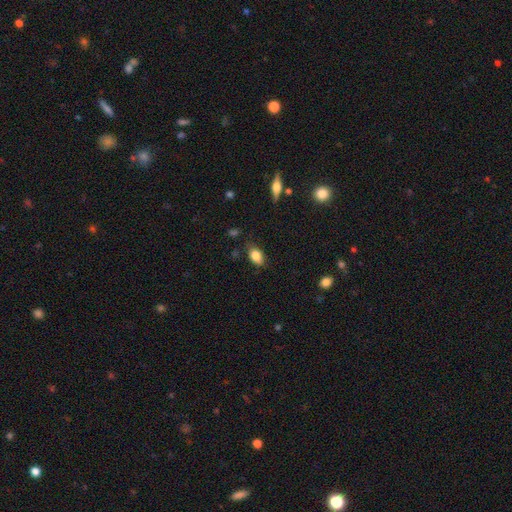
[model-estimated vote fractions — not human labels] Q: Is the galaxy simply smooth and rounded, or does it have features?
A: smooth — 83%.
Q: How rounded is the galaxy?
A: in between — 86%.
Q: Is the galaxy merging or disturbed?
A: none — 77%.